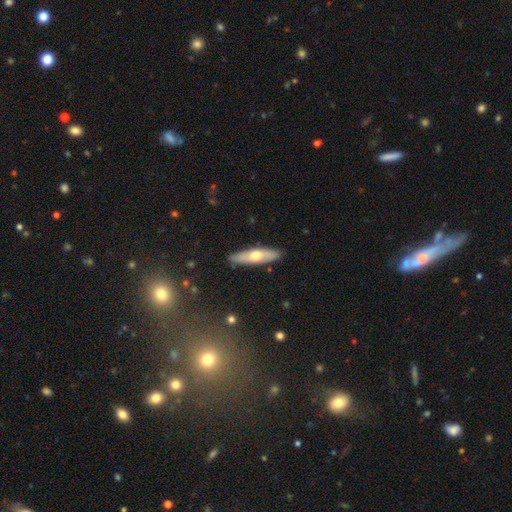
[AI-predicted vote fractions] Overall: smooth (54%; featured or disk 40%). How rounded: cigar-shaped (71%). Merging: none (89%).